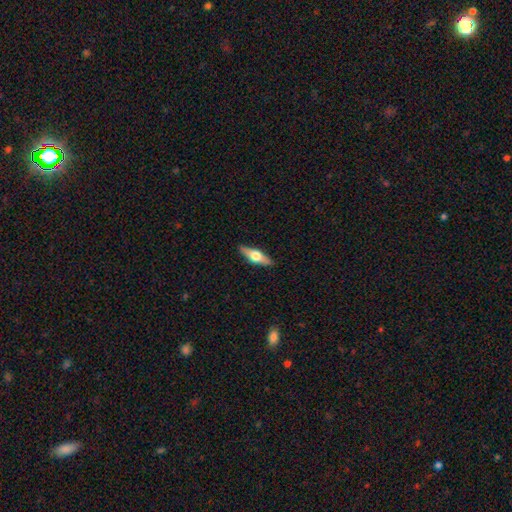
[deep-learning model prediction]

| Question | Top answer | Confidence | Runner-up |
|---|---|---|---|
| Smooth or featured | featured or disk | 56% | smooth (38%) |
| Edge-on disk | yes | 93% | no (7%) |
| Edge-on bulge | rounded | 94% | boxy (4%) |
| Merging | none | 89% | minor disturbance (8%) |